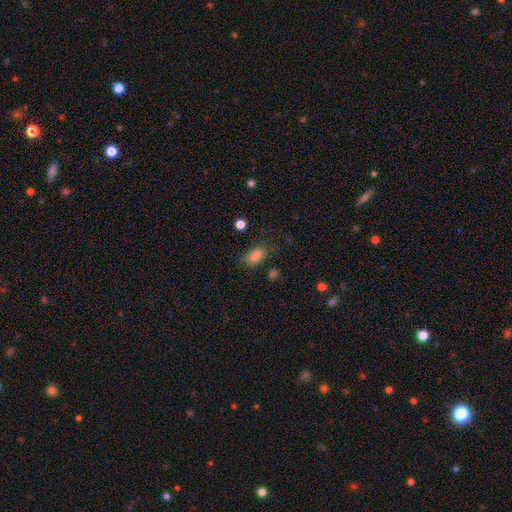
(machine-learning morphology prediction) Smooth or featured?
  - smooth: 83% *
  - star or artifact: 9%
  - featured or disk: 8%
How rounded?
  - in between: 87% *
  - round: 9%
  - cigar-shaped: 4%
Merging?
  - none: 72% *
  - minor disturbance: 18%
  - major disturbance: 6%
  - merger: 3%